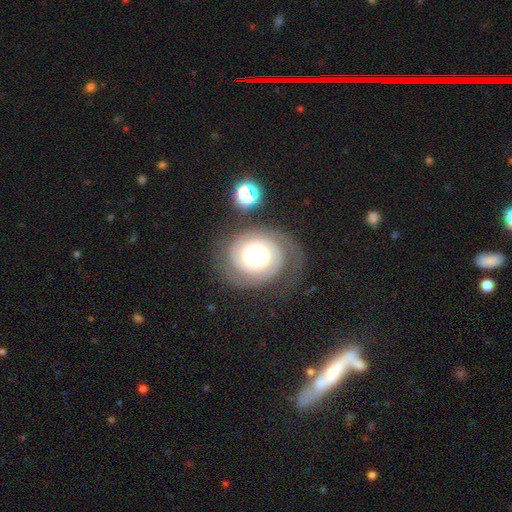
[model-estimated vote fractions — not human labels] Smooth or featured? featured or disk (81%)
Edge-on disk? no (98%)
Bar? no (77%)
Spiral arms? yes (95%)
Spiral winding? tight (67%)
Spiral arm count? 2 (76%)
Bulge size? large (45%)
Merging? none (66%)